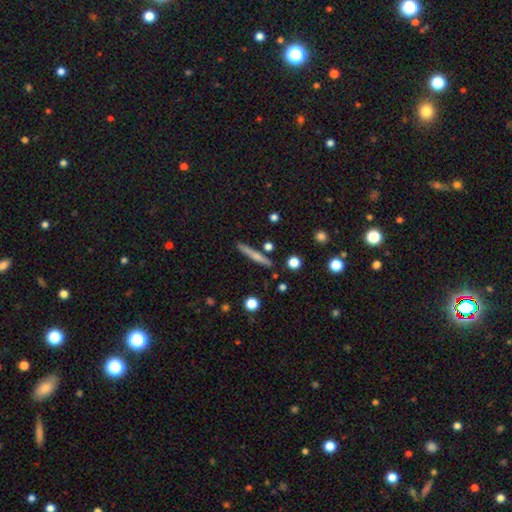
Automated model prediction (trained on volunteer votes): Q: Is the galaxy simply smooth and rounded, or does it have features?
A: smooth — 57%.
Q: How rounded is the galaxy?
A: cigar-shaped — 93%.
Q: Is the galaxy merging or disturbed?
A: none — 85%.